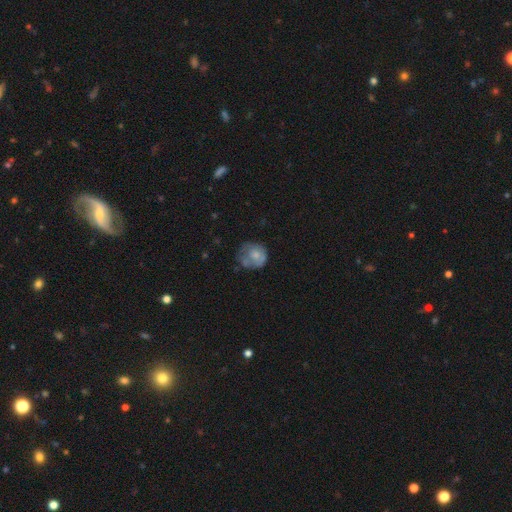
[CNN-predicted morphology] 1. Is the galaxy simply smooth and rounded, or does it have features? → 59% smooth, 33% featured or disk, 8% star or artifact.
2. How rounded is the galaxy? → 81% round, 18% in between, 1% cigar-shaped.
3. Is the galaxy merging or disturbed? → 49% none, 29% minor disturbance, 18% major disturbance, 5% merger.